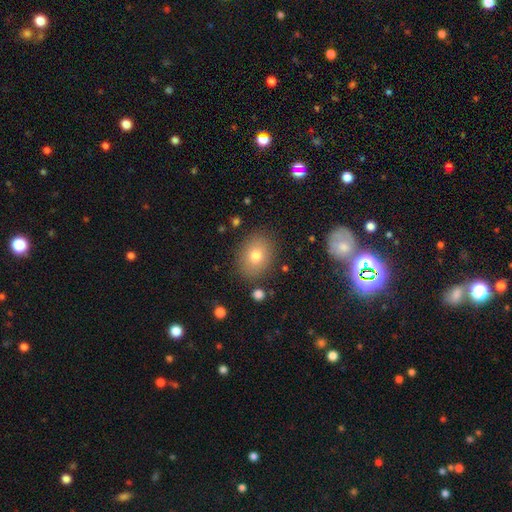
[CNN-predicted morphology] A smooth galaxy with no disk features (76%) that is in between round and cigar-shaped (58%).

Vote fractions:
- Smooth or featured? smooth: 76% / featured or disk: 13% / star or artifact: 11%
- How rounded? in between: 58% / round: 41% / cigar-shaped: 1%
- Merging? none: 85% / minor disturbance: 10% / major disturbance: 3% / merger: 2%